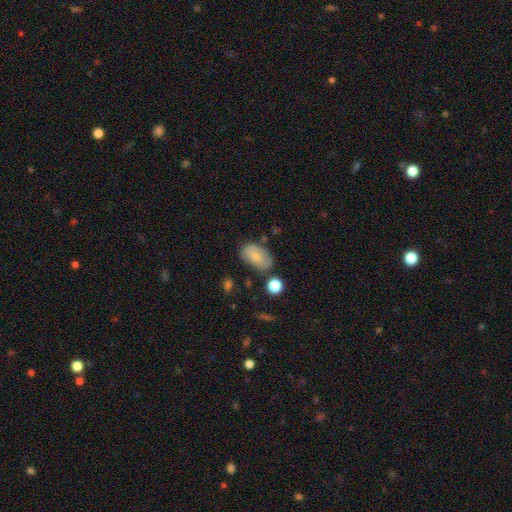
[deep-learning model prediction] Smooth or featured: smooth — 74% (featured or disk — 18%)
How rounded: in between — 92% (round — 6%)
Merging: none — 68% (minor disturbance — 22%)